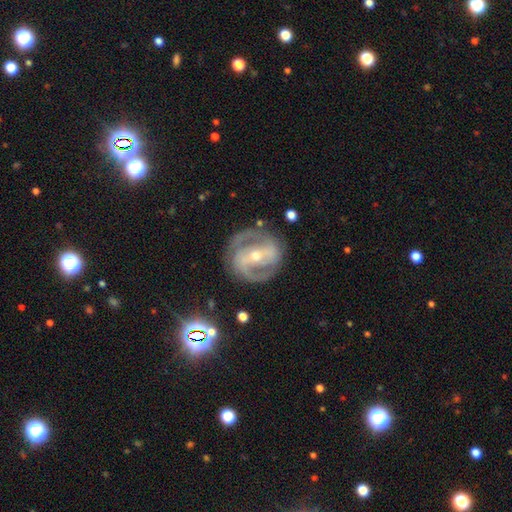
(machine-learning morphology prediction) This is clearly a featured or disk galaxy (87%). It is clearly not viewed edge-on (96%). Bar: possibly strong (56%). Spiral arm pattern: clearly yes (91%). Spiral arm count: clearly 2 (85%). Spiral winding: possibly medium (46%). Central bulge: possibly small (52%). Merging: clearly none (80%).